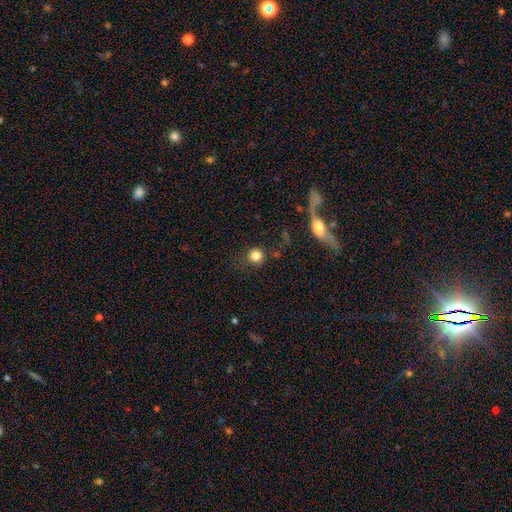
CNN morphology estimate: type=smooth (82%); roundness=round (93%); merging=none (78%).